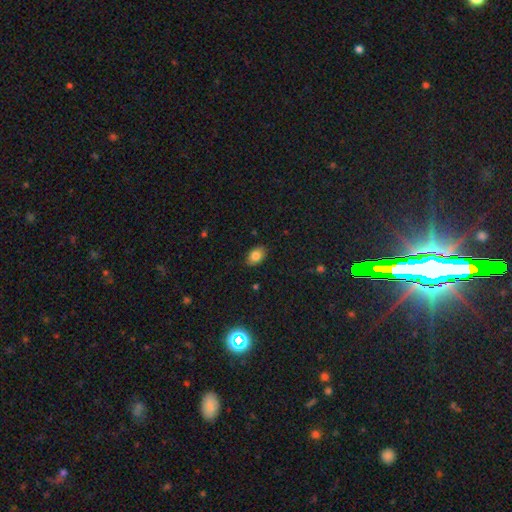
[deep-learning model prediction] smooth-or-featured: smooth: 82% | star or artifact: 9% | featured or disk: 8%
  how-rounded: in between: 85% | round: 13% | cigar-shaped: 1%
  merging: none: 86% | minor disturbance: 11% | major disturbance: 2% | merger: 1%